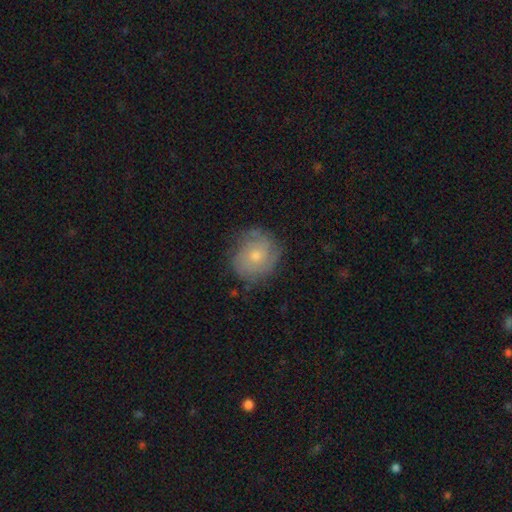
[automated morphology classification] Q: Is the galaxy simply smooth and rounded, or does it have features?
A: featured or disk — 54%.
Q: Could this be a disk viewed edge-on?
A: no — 97%.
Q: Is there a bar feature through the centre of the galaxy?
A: no — 82%.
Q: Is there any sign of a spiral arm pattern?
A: yes — 81%.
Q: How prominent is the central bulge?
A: small — 48%.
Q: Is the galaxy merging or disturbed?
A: none — 73%.